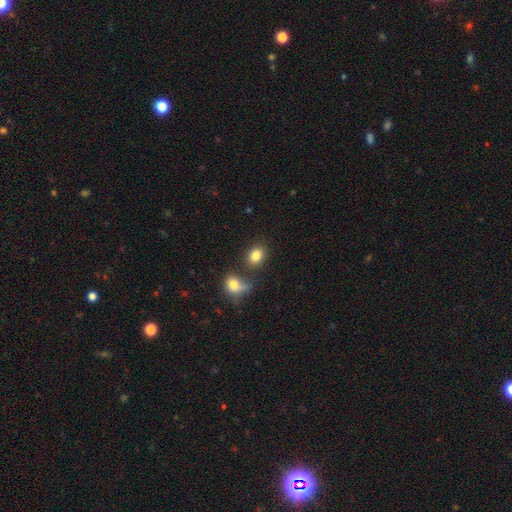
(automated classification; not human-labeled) This appears to be a smooth galaxy with no disk features (82%) that is in between round and cigar-shaped (57%). Merging: none (66%).